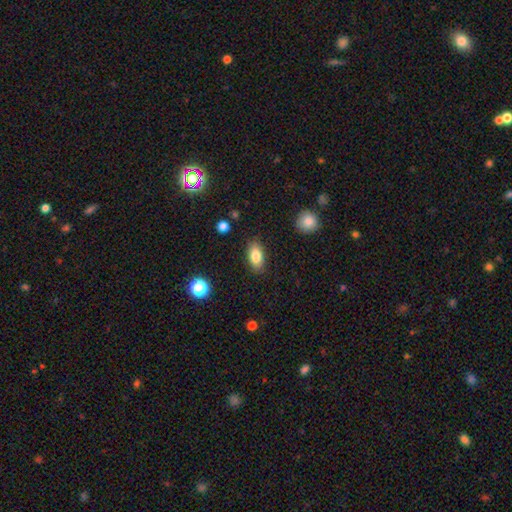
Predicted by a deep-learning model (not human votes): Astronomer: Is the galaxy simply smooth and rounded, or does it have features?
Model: smooth — 83%.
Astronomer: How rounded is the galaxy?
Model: in between — 88%.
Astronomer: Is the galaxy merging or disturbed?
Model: none — 86%.